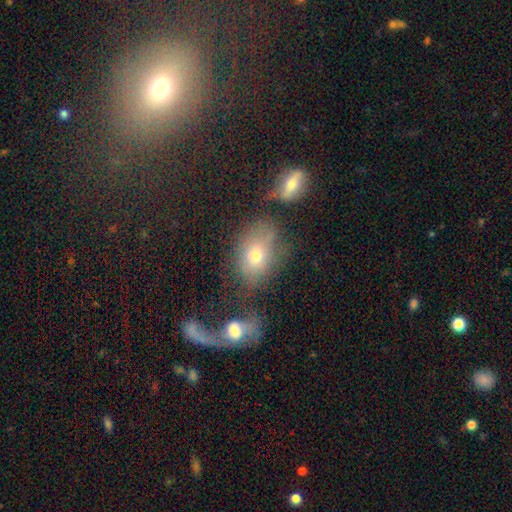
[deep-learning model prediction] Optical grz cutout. It shows a smooth galaxy with no disk features (63%) that is in between round and cigar-shaped (69%). Merging: none (40%).